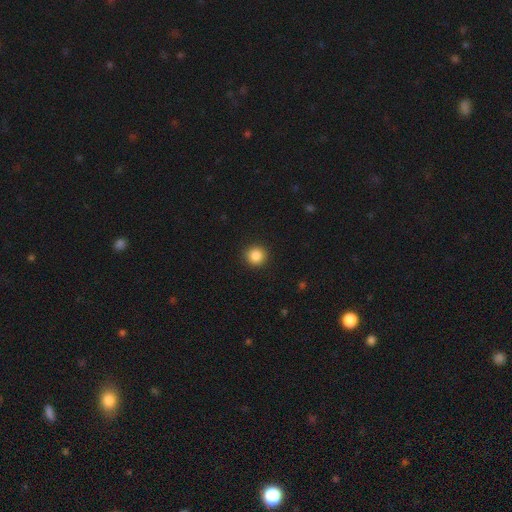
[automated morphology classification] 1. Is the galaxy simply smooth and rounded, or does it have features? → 87% smooth, 10% star or artifact, 3% featured or disk.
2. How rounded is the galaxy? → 94% round, 5% in between, 1% cigar-shaped.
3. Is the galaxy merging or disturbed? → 92% none, 5% minor disturbance, 2% major disturbance, 1% merger.